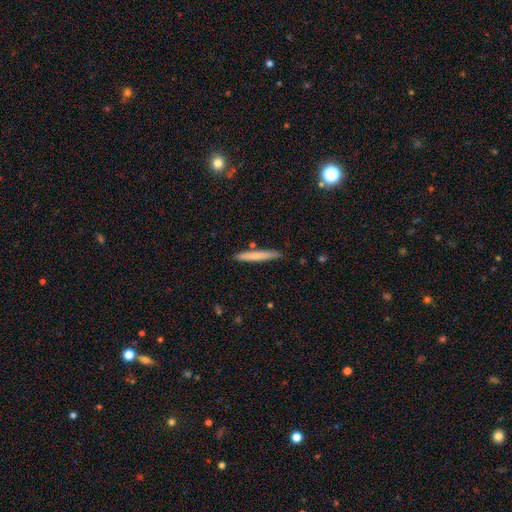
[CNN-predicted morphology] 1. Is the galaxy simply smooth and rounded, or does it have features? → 73% smooth, 21% featured or disk, 6% star or artifact.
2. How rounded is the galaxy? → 96% cigar-shaped, 3% in between, 1% round.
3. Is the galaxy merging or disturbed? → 88% none, 8% minor disturbance, 2% merger, 2% major disturbance.